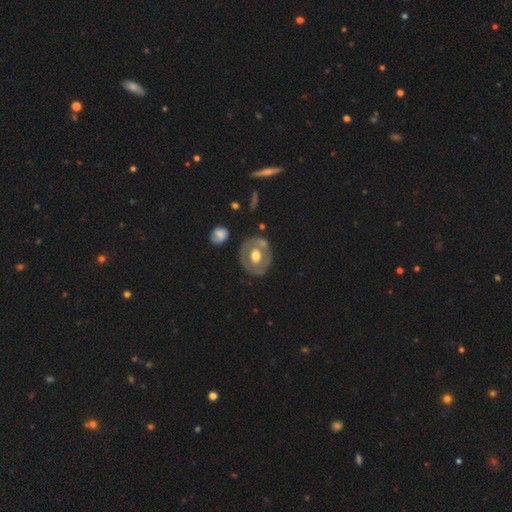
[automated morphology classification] The model was most divided on "smooth or featured": featured or disk: 56%, smooth: 39%, star or artifact: 6%. More confident: edge-on disk — no (94%); spiral arms — no (83%); bar — no (74%); merging — none (71%); bulge size — moderate (66%).